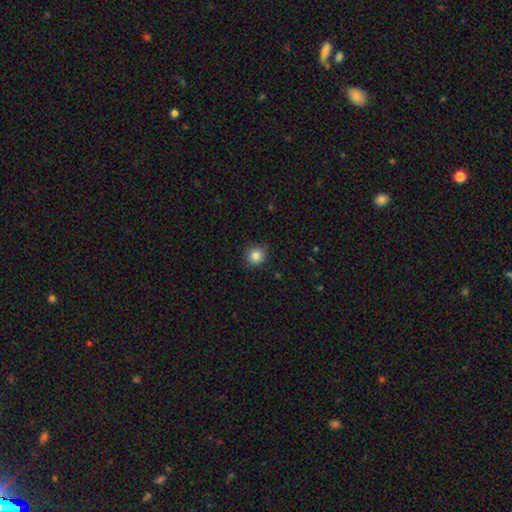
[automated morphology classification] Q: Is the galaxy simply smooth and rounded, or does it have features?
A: smooth — 84%.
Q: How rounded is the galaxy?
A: round — 94%.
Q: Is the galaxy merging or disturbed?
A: none — 88%.